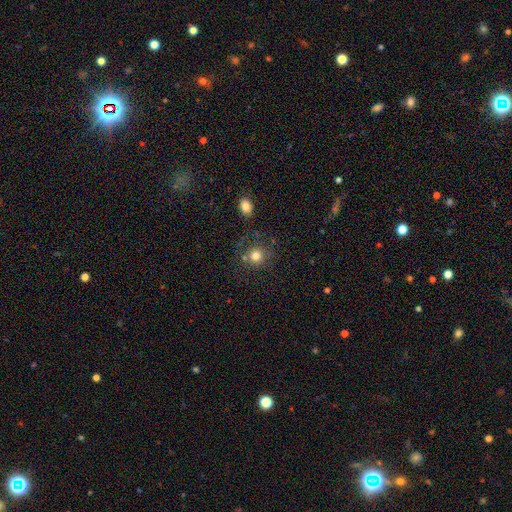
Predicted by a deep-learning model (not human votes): Smooth or featured? smooth (78%)
How rounded? round (88%)
Merging? none (70%)